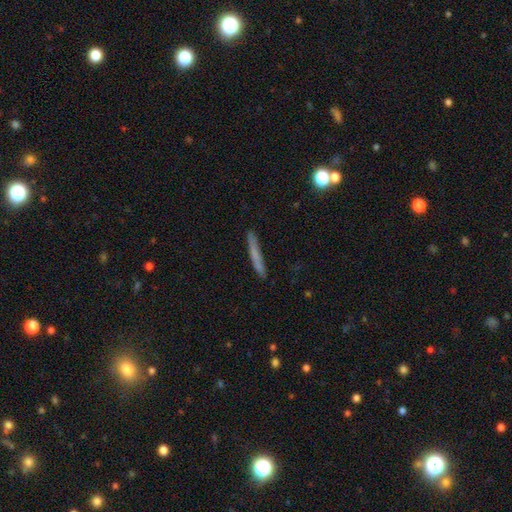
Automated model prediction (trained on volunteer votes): A smooth galaxy with no disk features (63%) that is cigar-shaped (96%). Merging: none (86%).